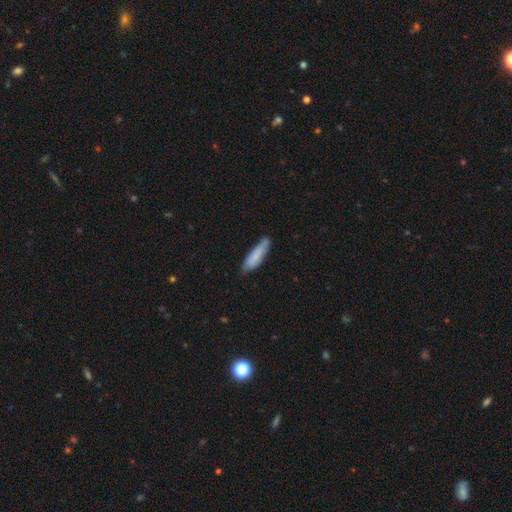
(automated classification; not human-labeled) This is likely a smooth galaxy (77%). How rounded: likely cigar-shaped (70%). Merging: likely none (73%).